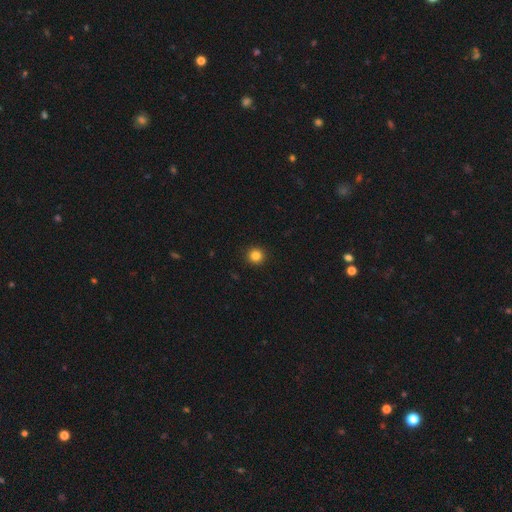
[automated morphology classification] smooth-or-featured: smooth: 83% | star or artifact: 12% | featured or disk: 4%
  how-rounded: round: 94% | in between: 5% | cigar-shaped: 1%
  merging: none: 93% | minor disturbance: 4% | major disturbance: 1% | merger: 1%